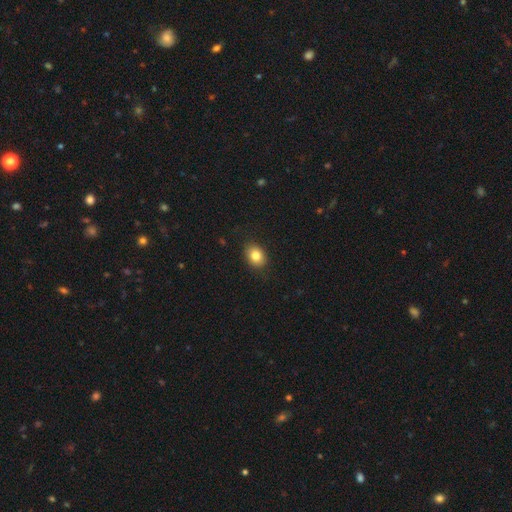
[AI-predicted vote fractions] Overall: smooth (83%). How rounded: in between (64%; round 35%). Merging: none (88%).